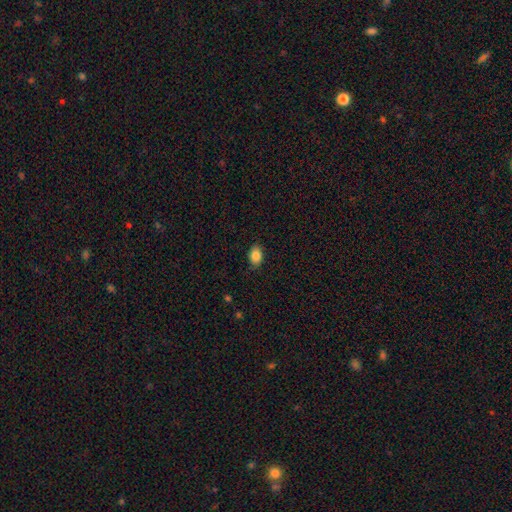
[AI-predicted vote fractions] Smooth or featured? smooth (86%)
How rounded? in between (85%)
Merging? none (85%)